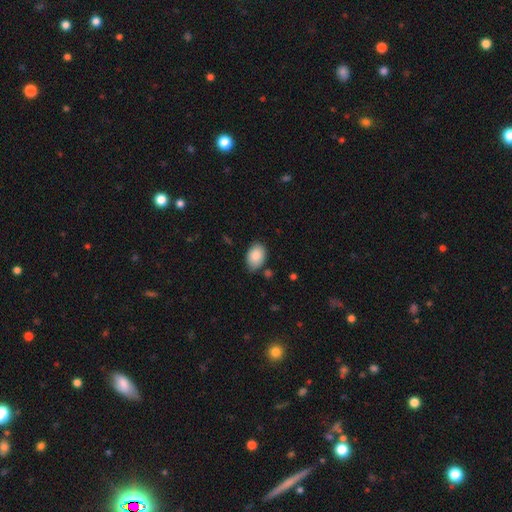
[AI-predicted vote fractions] Smooth or featured: smooth — 86% (featured or disk — 7%)
How rounded: in between — 85% (round — 14%)
Merging: none — 76% (minor disturbance — 18%)